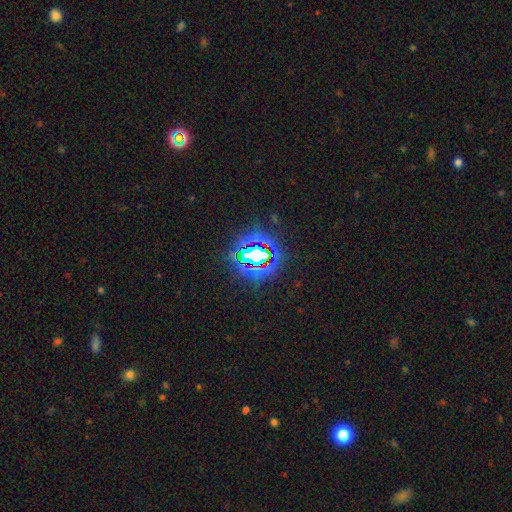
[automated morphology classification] smooth_or_featured: star or artifact (p=0.73) [alt: smooth p=0.16]